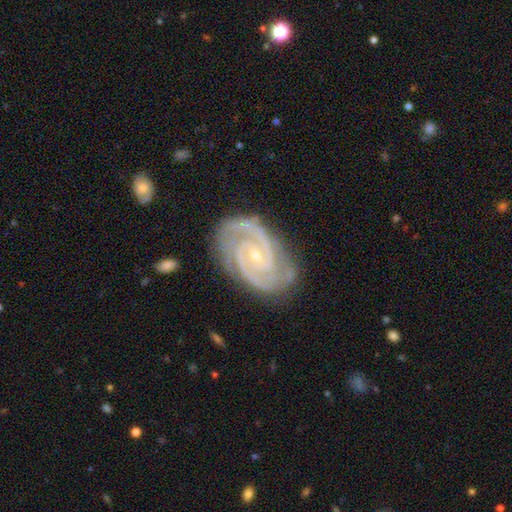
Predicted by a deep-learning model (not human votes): Smooth or featured? Predicted: featured or disk (p=0.93). Edge-on disk? Predicted: no (p=0.98). Bar? Predicted: no (p=0.53). Spiral arms? Predicted: yes (p=0.99). Spiral winding? Predicted: tight (p=0.68). Spiral arm count? Predicted: 2 (p=0.71). Bulge size? Predicted: small (p=0.81). Merging? Predicted: none (p=0.78).